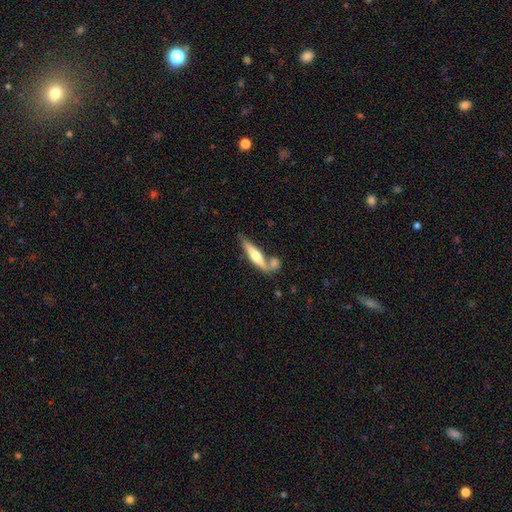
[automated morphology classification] featured or disk 49%, smooth 46%, star or artifact 6%. Down the decision tree: merging — none (52%).